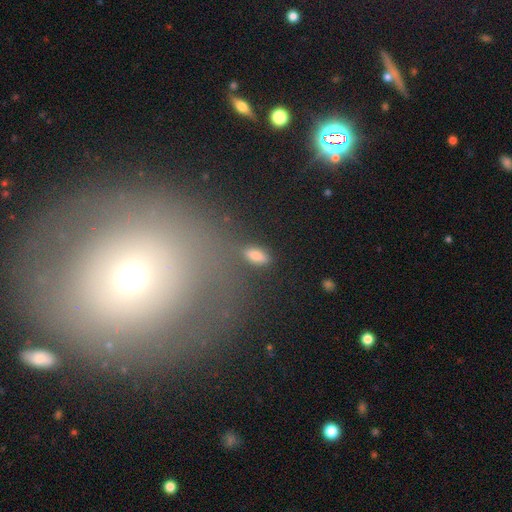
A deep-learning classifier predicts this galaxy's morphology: Smooth or featured?
  - smooth: 79% *
  - star or artifact: 14%
  - featured or disk: 8%
How rounded?
  - in between: 81% *
  - cigar-shaped: 13%
  - round: 6%
Merging?
  - none: 76% *
  - minor disturbance: 14%
  - major disturbance: 5%
  - merger: 5%